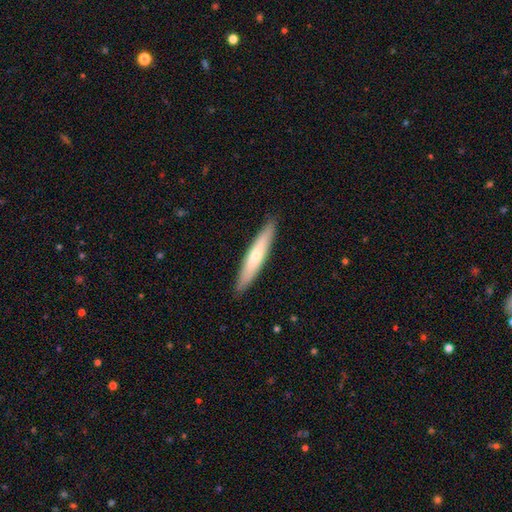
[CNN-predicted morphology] The model was most divided on "smooth or featured": smooth: 59%, featured or disk: 37%, star or artifact: 5%. More confident: how rounded — cigar-shaped (92%); merging — none (91%).